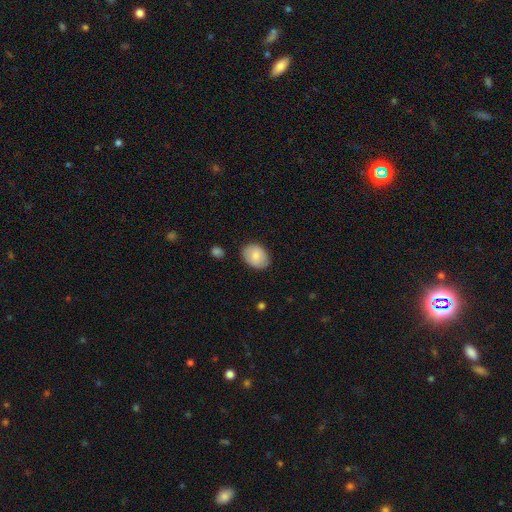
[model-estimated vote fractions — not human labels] Morphology: type=smooth (81%); roundness=in between (72%); merging=none (83%).